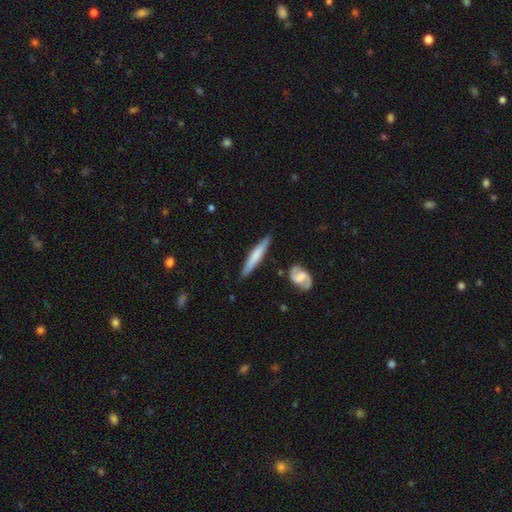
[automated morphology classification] Overall: smooth (55%; featured or disk 40%). How rounded: cigar-shaped (91%). Merging: none (83%).